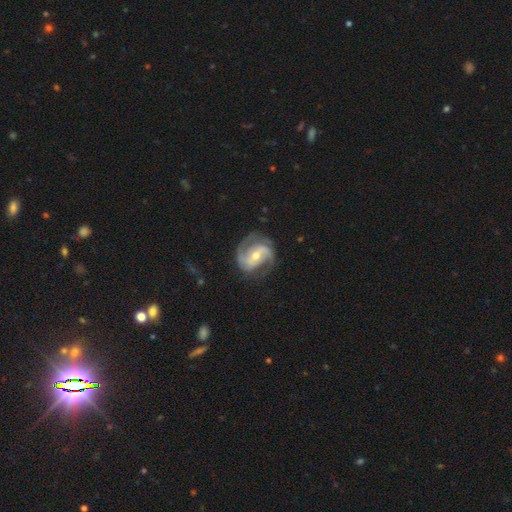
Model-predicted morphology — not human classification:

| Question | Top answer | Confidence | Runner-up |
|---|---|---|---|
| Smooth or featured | featured or disk | 89% | smooth (6%) |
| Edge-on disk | no | 98% | yes (2%) |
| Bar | weak | 41% | no (30%) |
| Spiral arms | yes | 97% | no (3%) |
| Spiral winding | medium | 52% | tight (30%) |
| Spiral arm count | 2 | 79% | 3 (10%) |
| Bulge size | moderate | 58% | small (37%) |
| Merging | none | 74% | minor disturbance (17%) |